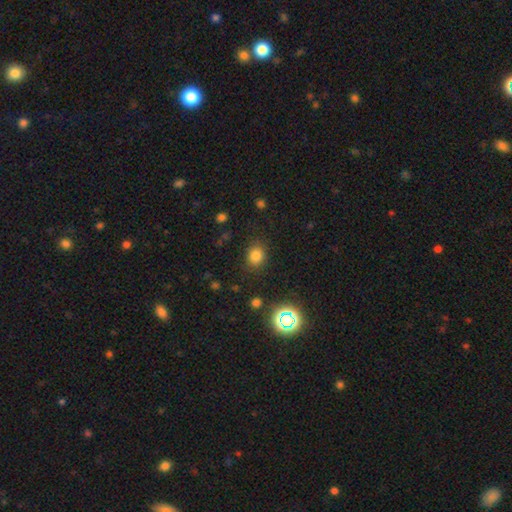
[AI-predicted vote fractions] This appears to be a smooth galaxy with no disk features (77%) that is round (71%). Merging: none (83%).